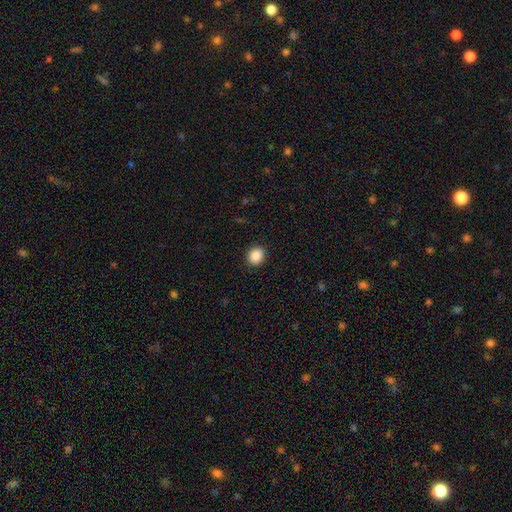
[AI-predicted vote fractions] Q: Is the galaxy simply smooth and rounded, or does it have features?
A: smooth — 88%.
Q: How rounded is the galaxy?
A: round — 77%.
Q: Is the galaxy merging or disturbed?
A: none — 91%.